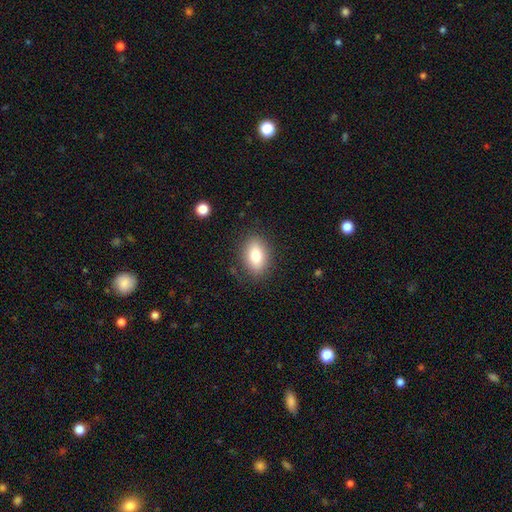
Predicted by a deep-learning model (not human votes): A smooth galaxy with no disk features (81%) that is in between round and cigar-shaped (87%).

Vote fractions:
- Smooth or featured? smooth: 81% / featured or disk: 11% / star or artifact: 8%
- How rounded? in between: 87% / round: 10% / cigar-shaped: 3%
- Merging? none: 84% / minor disturbance: 11% / major disturbance: 4% / merger: 1%